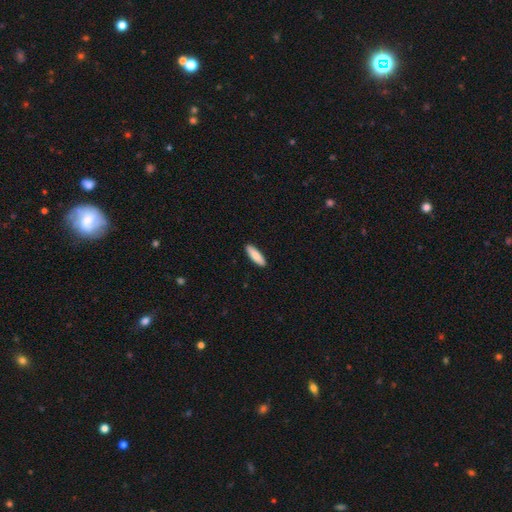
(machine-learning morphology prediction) Smooth or featured?
  - smooth: 86% *
  - featured or disk: 9%
  - star or artifact: 5%
How rounded?
  - cigar-shaped: 56% *
  - in between: 43%
  - round: 2%
Merging?
  - none: 91% *
  - minor disturbance: 7%
  - major disturbance: 1%
  - merger: 1%